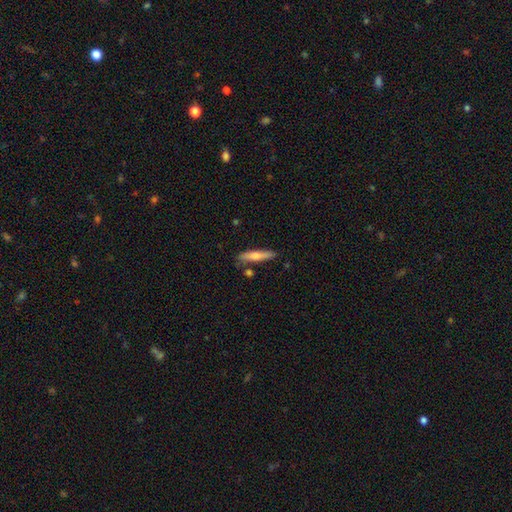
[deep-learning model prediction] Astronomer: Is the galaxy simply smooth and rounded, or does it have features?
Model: smooth — 65%.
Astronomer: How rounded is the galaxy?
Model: cigar-shaped — 86%.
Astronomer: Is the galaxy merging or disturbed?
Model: none — 76%.